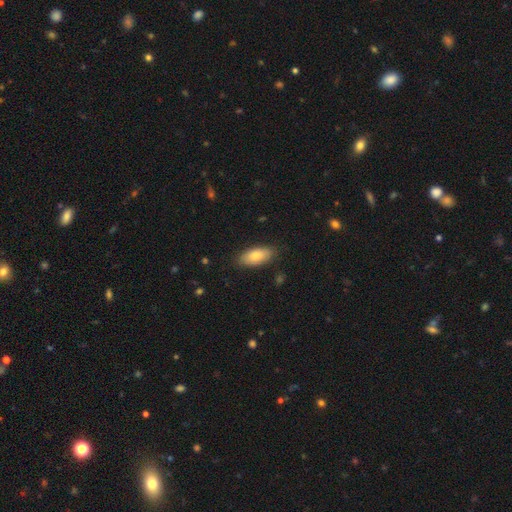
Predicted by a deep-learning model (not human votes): smooth-or-featured: smooth: 78% | featured or disk: 16% | star or artifact: 7%
  how-rounded: in between: 86% | cigar-shaped: 12% | round: 3%
  merging: none: 86% | minor disturbance: 11% | major disturbance: 2% | merger: 1%